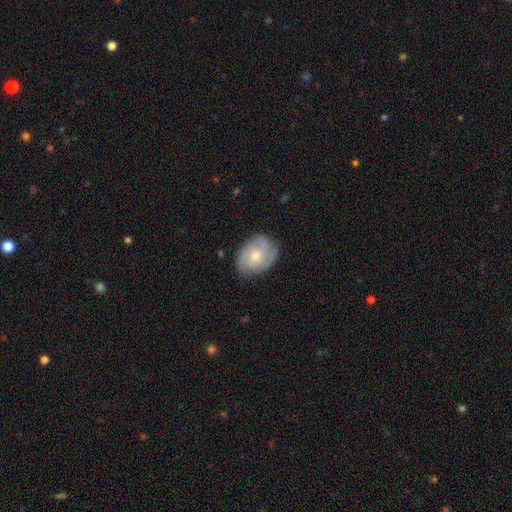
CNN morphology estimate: This is possibly a featured or disk galaxy (51%). It is clearly not viewed edge-on (96%). Merging: likely none (74%).